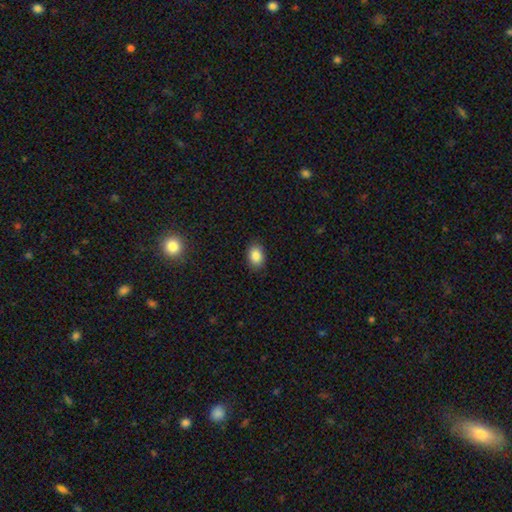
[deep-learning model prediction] Morphology: type=smooth (86%); roundness=in between (78%); merging=none (88%).